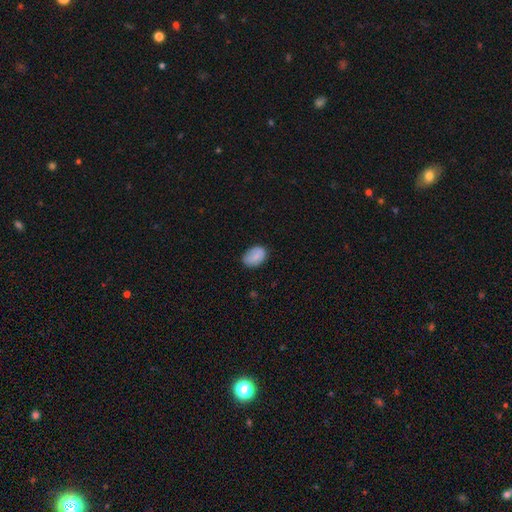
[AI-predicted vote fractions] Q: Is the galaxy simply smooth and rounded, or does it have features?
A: smooth — 81%.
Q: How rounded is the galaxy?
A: in between — 85%.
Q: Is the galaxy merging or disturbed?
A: none — 76%.